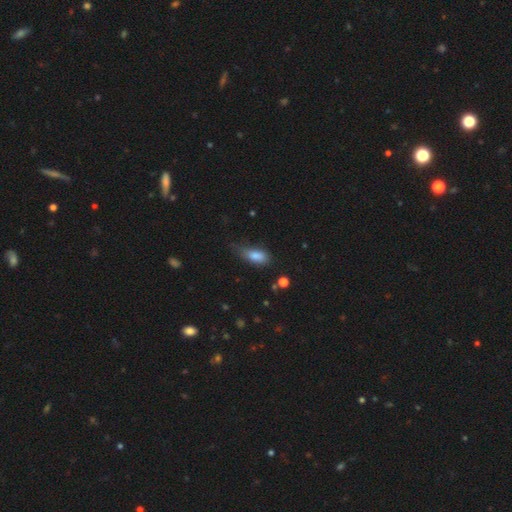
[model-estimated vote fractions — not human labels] Smooth or featured? Predicted: smooth (p=0.82). How rounded? Predicted: in between (p=0.81). Merging? Predicted: none (p=0.46).